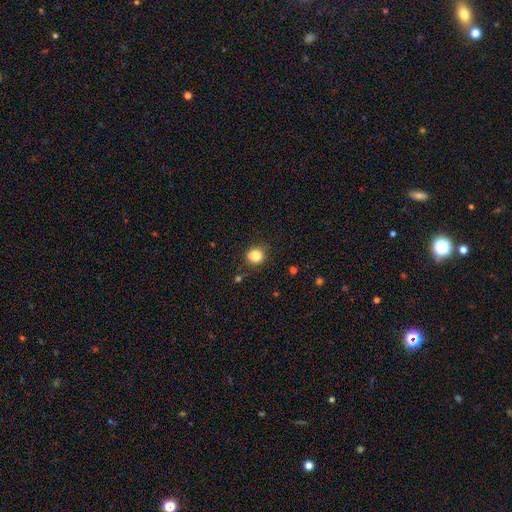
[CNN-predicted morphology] Smooth or featured? smooth (82%)
How rounded? round (80%)
Merging? none (82%)